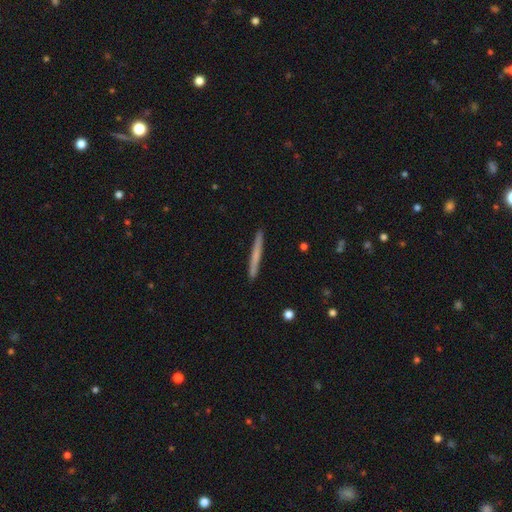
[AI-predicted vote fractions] A smooth galaxy with no disk features (60%) that is cigar-shaped (97%).

Vote fractions:
- Smooth or featured? smooth: 60% / featured or disk: 34% / star or artifact: 5%
- How rounded? cigar-shaped: 97% / in between: 2% / round: 1%
- Merging? none: 92% / minor disturbance: 6% / major disturbance: 1% / merger: 1%